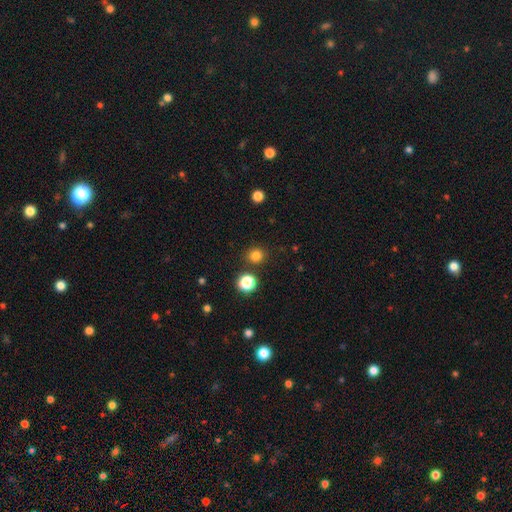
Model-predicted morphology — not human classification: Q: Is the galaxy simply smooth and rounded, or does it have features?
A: smooth — 81%.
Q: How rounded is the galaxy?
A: round — 90%.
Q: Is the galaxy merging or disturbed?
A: none — 87%.